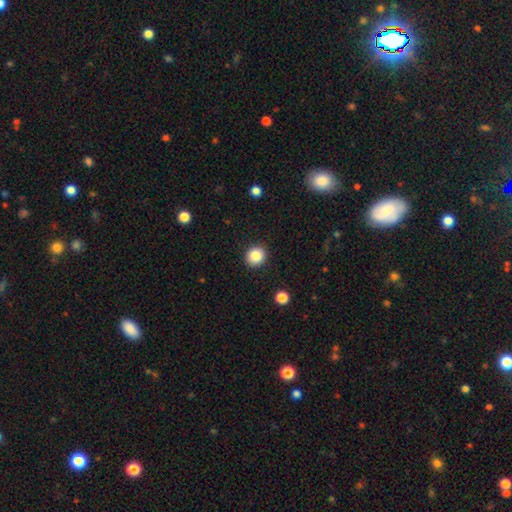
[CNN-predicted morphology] Overall: smooth (85%). How rounded: round (82%). Merging: none (91%).